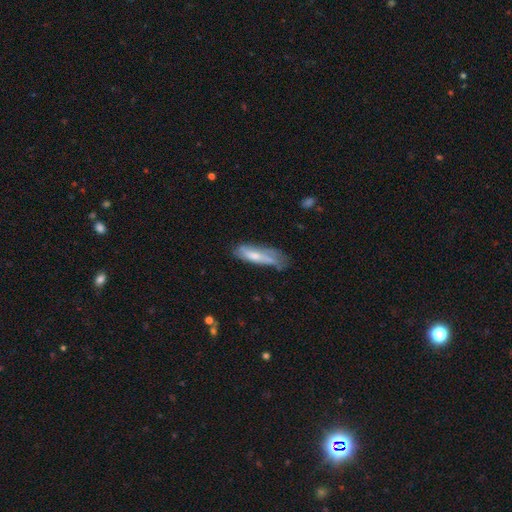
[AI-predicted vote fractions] Smooth or featured? Predicted: smooth (p=0.58). How rounded? Predicted: cigar-shaped (p=0.63). Merging? Predicted: none (p=0.45).